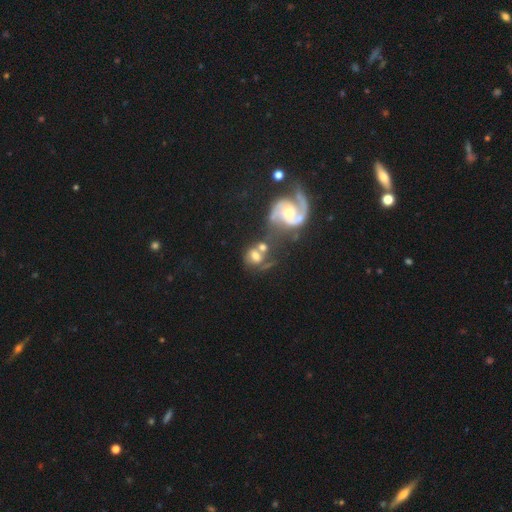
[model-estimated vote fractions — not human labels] smooth_or_featured: featured or disk (p=0.52) [alt: smooth p=0.38]
disk_edge_on: no (p=0.96) [alt: yes p=0.04]
merging: merger (p=0.51) [alt: none p=0.26]